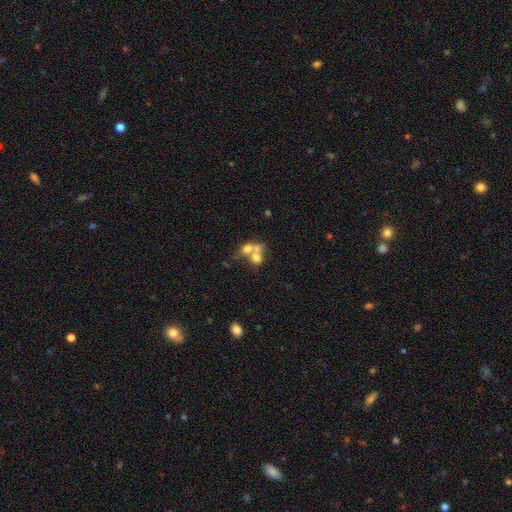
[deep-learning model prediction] This is possibly a smooth galaxy (59%). How rounded: possibly round (57%). Merging: likely merger (66%).